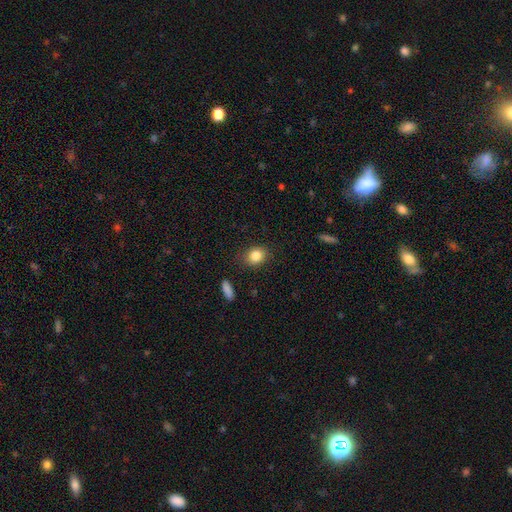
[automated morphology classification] Smooth or featured: smooth — 84% (star or artifact — 9%)
How rounded: round — 56% (in between — 42%)
Merging: none — 85% (minor disturbance — 11%)